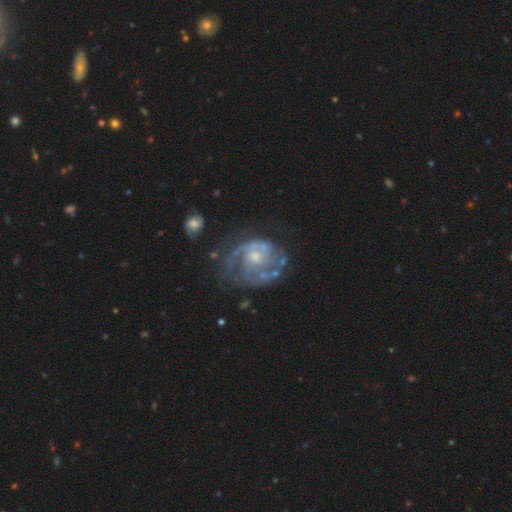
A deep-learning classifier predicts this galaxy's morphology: A featured or disk galaxy (84%) with no bar (73%), 2 (36%) tight (47%) spiral arms (88%) and a small central bulge (51%).

Vote fractions:
- Smooth or featured? featured or disk: 84% / smooth: 10% / star or artifact: 6%
- Edge-on disk? no: 98% / yes: 2%
- Bar? no: 73% / weak: 24% / strong: 4%
- Spiral arms? yes: 88% / no: 12%
- Spiral winding? tight: 47% / medium: 39% / loose: 14%
- Spiral arm count? 2: 36% / can't tell: 29% / 3: 17% / 1: 10% / 4: 5% / more than 4: 4%
- Bulge size? small: 51% / moderate: 41% / none: 4% / large: 3% / dominant: 1%
- Merging? none: 52% / minor disturbance: 22% / major disturbance: 21% / merger: 5%